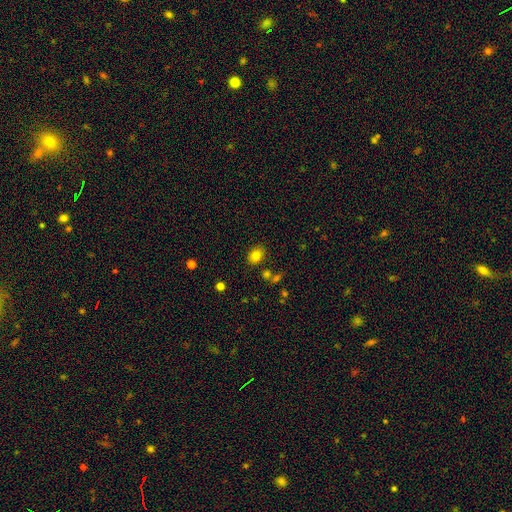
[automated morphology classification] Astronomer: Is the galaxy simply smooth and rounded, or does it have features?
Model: smooth — 81%.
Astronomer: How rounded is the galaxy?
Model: in between — 57% (runner-up: round, 42%).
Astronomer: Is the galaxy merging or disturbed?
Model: none — 81%.